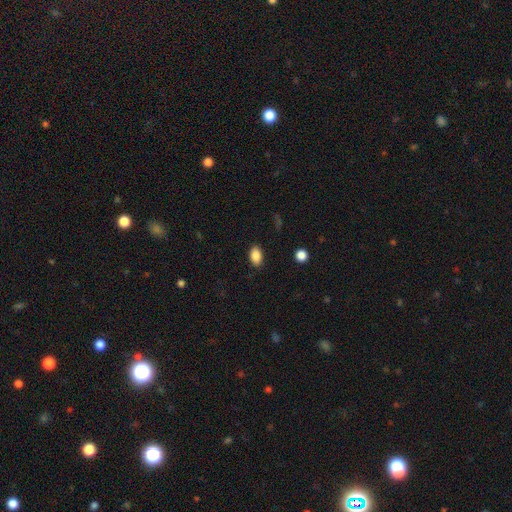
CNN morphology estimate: A smooth galaxy with no disk features (88%) that is in between round and cigar-shaped (88%). Merging: none (87%).